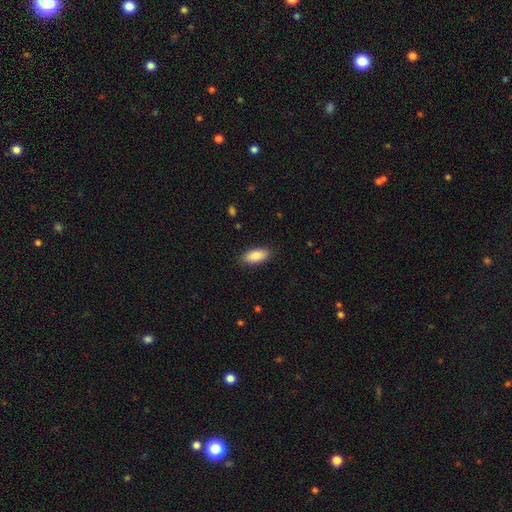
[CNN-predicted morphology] Q: Smooth or featured?
A: smooth (87%); runner-up: featured or disk (6%)
Q: How rounded?
A: in between (88%); runner-up: cigar-shaped (10%)
Q: Merging?
A: none (88%); runner-up: minor disturbance (9%)